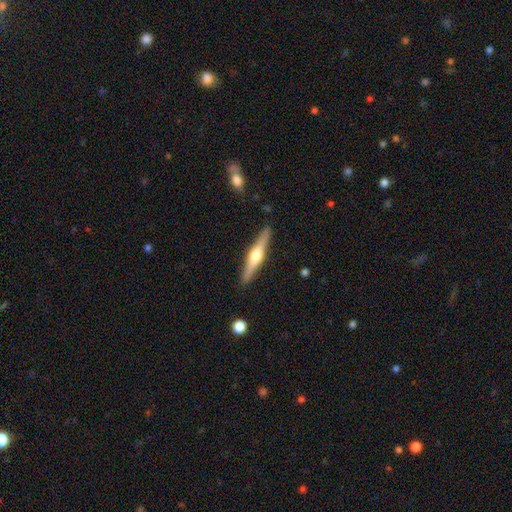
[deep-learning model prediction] Overall: featured or disk (68%). Edge-on disk: yes (97%). Edge-on bulge: rounded (93%). Merging: none (90%).